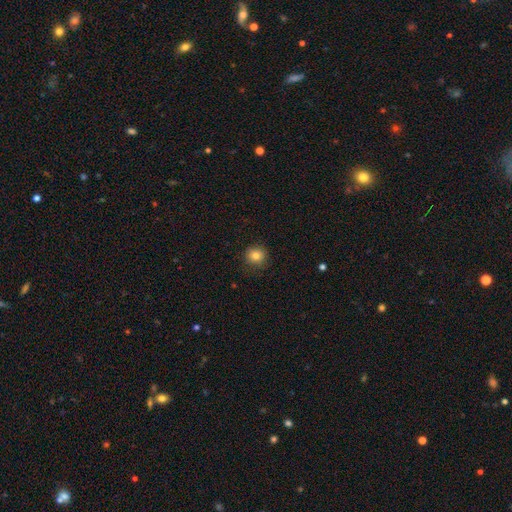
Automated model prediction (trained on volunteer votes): smooth_or_featured: smooth (p=0.81) [alt: star or artifact p=0.12]
how_rounded: round (p=0.91) [alt: in between p=0.08]
merging: none (p=0.87) [alt: minor disturbance p=0.10]